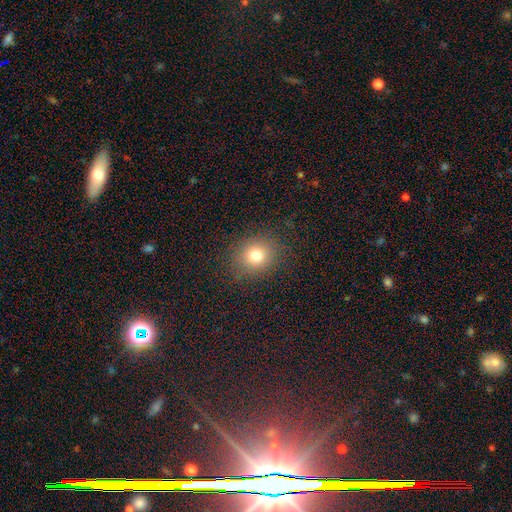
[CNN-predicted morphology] A smooth galaxy with no disk features (76%) that is round (74%). Merging: none (87%).